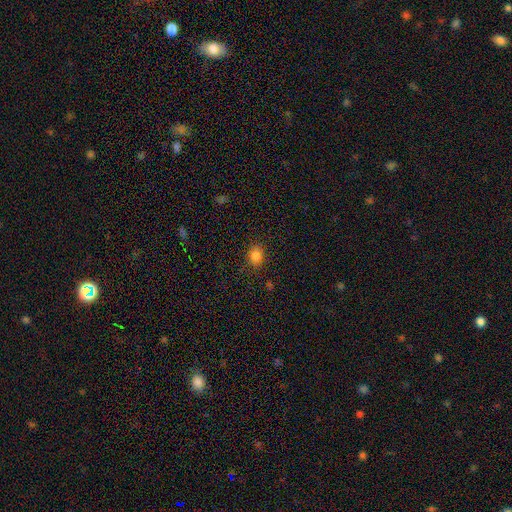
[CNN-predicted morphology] Q: Smooth or featured?
A: smooth (83%); runner-up: star or artifact (13%)
Q: How rounded?
A: in between (52%); runner-up: round (47%)
Q: Merging?
A: none (86%); runner-up: minor disturbance (10%)